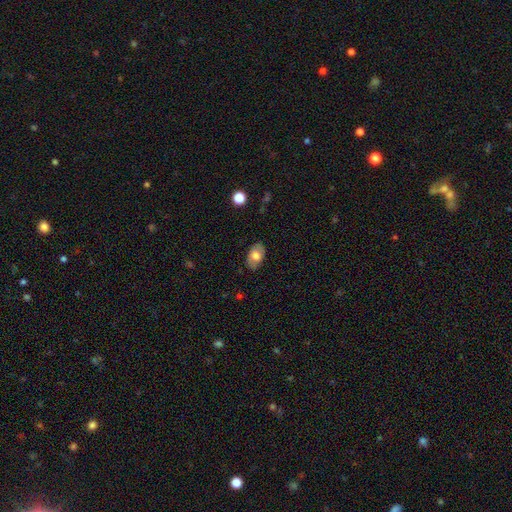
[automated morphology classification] This appears to be a smooth galaxy with no disk features (69%) that is in between round and cigar-shaped (91%). Merging: none (83%).